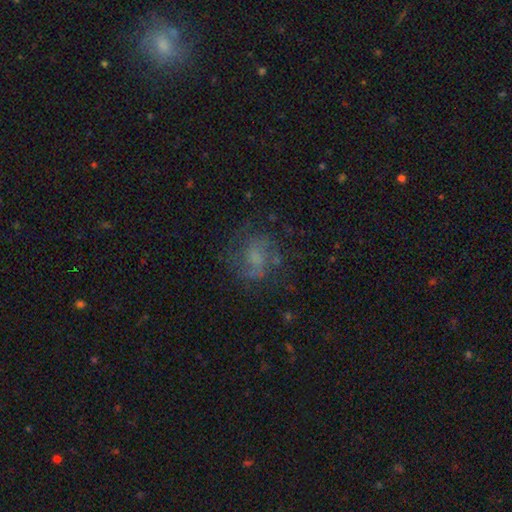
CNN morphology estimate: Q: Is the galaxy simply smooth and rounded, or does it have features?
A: featured or disk — 52%.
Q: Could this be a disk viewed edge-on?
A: no — 97%.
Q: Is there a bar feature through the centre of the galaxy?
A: no — 57%.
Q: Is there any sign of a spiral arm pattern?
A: yes — 76%.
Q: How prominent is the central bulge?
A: none — 36%.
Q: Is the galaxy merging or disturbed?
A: none — 65%.